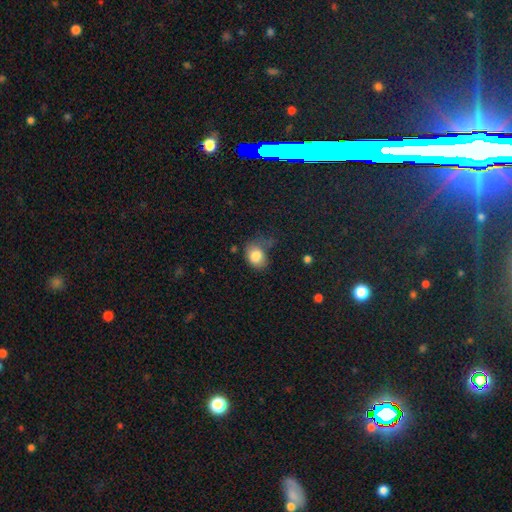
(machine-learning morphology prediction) Smooth or featured: smooth — 82% (star or artifact — 9%)
How rounded: in between — 57% (round — 42%)
Merging: none — 50% (minor disturbance — 32%)